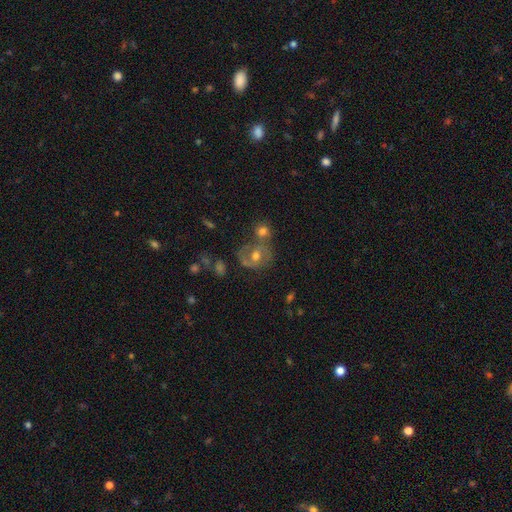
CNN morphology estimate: A featured or disk galaxy (55%) with no bar (66%), spiral arms (69%) and a moderate central bulge (73%). Merging: none (48%).